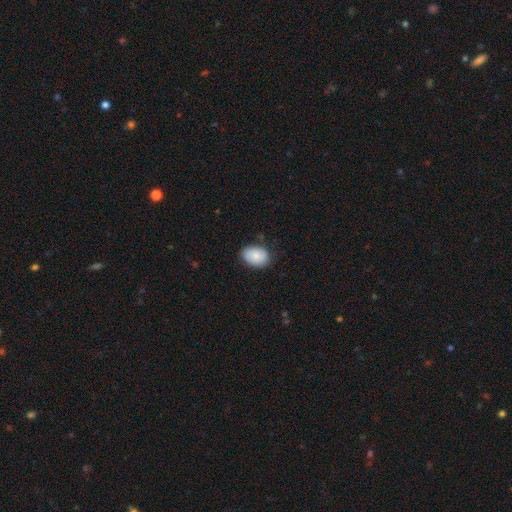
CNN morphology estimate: Smooth or featured? smooth (82%)
How rounded? in between (80%)
Merging? none (76%)